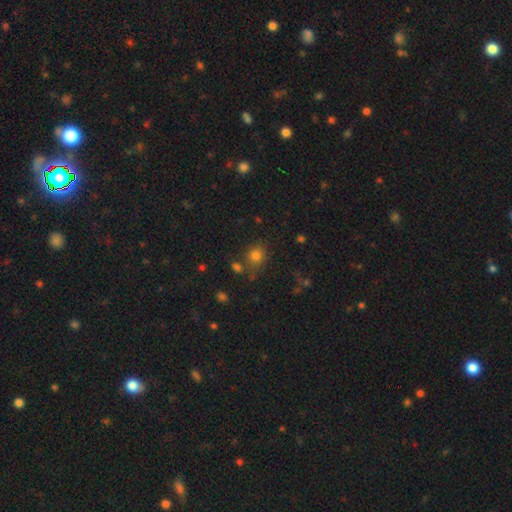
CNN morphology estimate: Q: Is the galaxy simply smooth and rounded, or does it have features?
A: smooth — 77%.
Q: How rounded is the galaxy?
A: round — 75%.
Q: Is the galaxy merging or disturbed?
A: none — 71%.